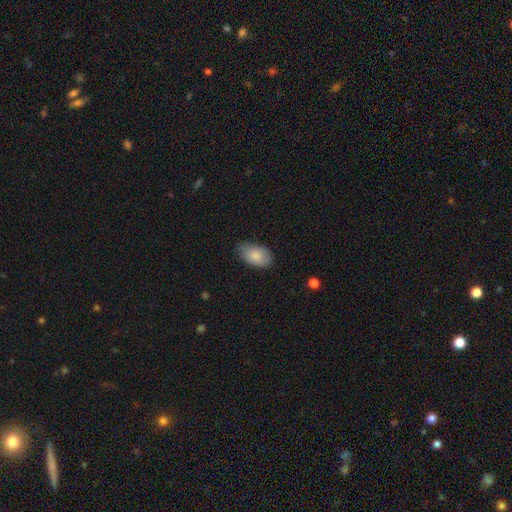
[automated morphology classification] Smooth or featured?
  - smooth: 85% *
  - featured or disk: 9%
  - star or artifact: 6%
How rounded?
  - in between: 93% *
  - round: 6%
  - cigar-shaped: 1%
Merging?
  - none: 75% *
  - minor disturbance: 21%
  - major disturbance: 3%
  - merger: 1%